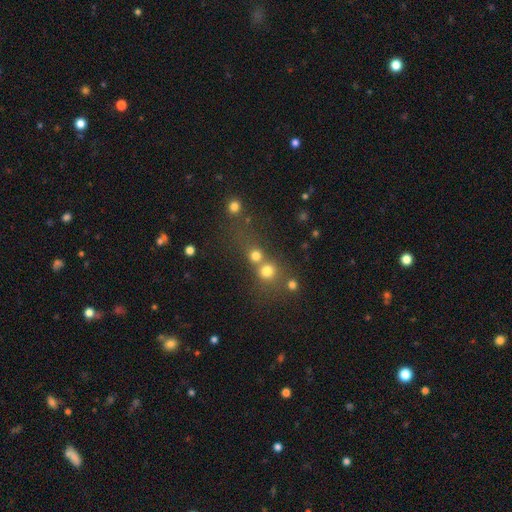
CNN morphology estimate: Smooth or featured?
  - smooth: 74% *
  - star or artifact: 17%
  - featured or disk: 10%
How rounded?
  - round: 85% *
  - in between: 13%
  - cigar-shaped: 1%
Merging?
  - none: 44% * (tied)
  - merger: 44% * (tied)
  - minor disturbance: 7%
  - major disturbance: 5%